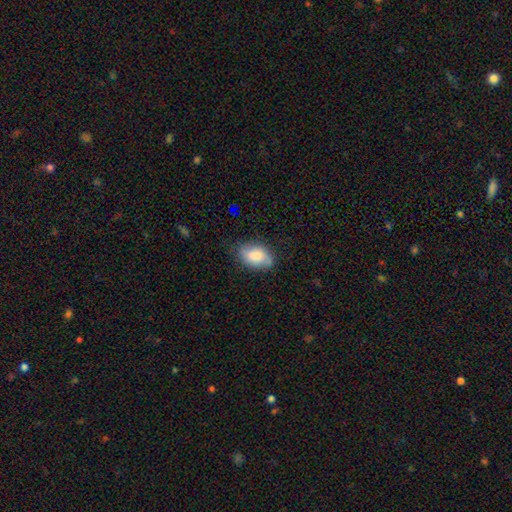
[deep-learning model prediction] Smooth or featured?
  - smooth: 78% *
  - featured or disk: 14%
  - star or artifact: 8%
How rounded?
  - in between: 89% *
  - round: 9%
  - cigar-shaped: 2%
Merging?
  - none: 67% *
  - minor disturbance: 25%
  - major disturbance: 6%
  - merger: 2%